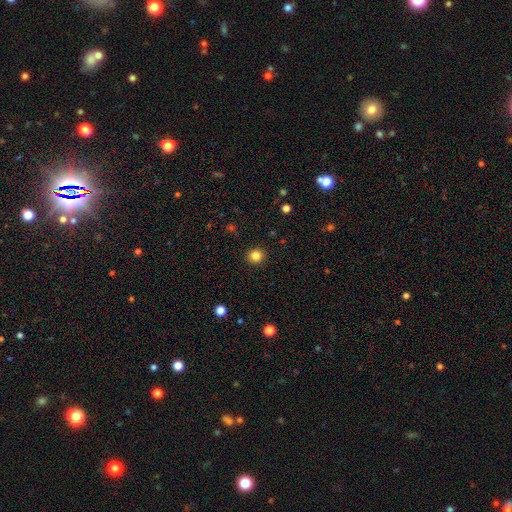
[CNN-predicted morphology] Q: Smooth or featured?
A: smooth (83%); runner-up: star or artifact (12%)
Q: How rounded?
A: round (91%); runner-up: in between (8%)
Q: Merging?
A: none (92%); runner-up: minor disturbance (5%)